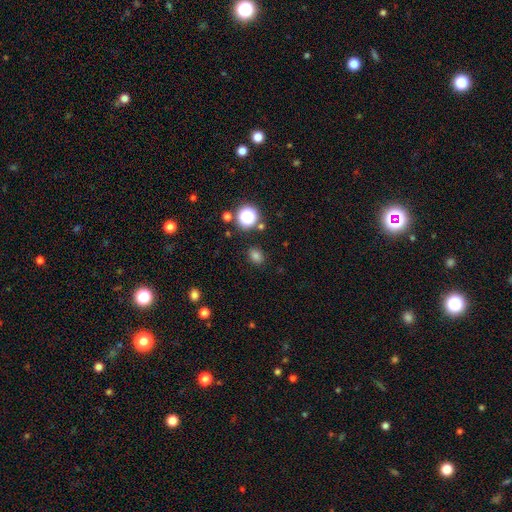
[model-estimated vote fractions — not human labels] A smooth galaxy with no disk features (77%) that is round (53%).

Vote fractions:
- Smooth or featured? smooth: 77% / star or artifact: 18% / featured or disk: 5%
- How rounded? round: 53% / in between: 46% / cigar-shaped: 1%
- Merging? none: 86% / minor disturbance: 8% / major disturbance: 3% / merger: 2%